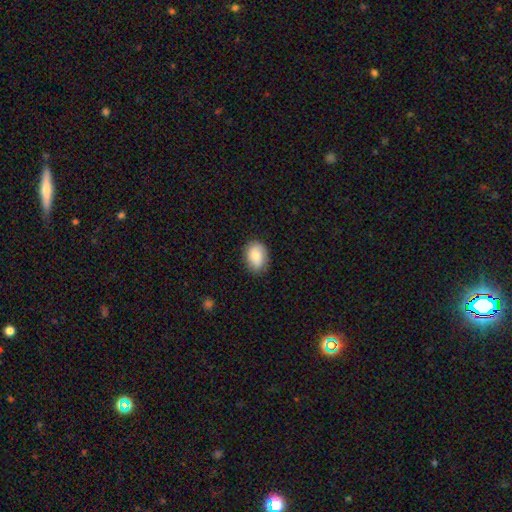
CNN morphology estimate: type=smooth (82%); roundness=in between (75%); merging=none (81%).